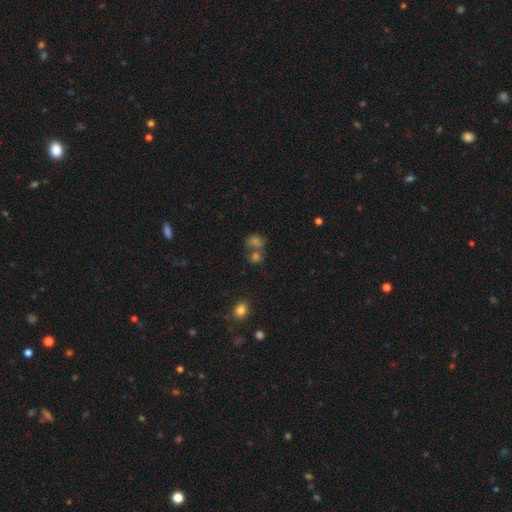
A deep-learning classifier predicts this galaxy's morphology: Q: Smooth or featured?
A: smooth (54%); runner-up: star or artifact (32%)
Q: How rounded?
A: round (62%); runner-up: in between (36%)
Q: Merging?
A: none (45%); runner-up: merger (40%)